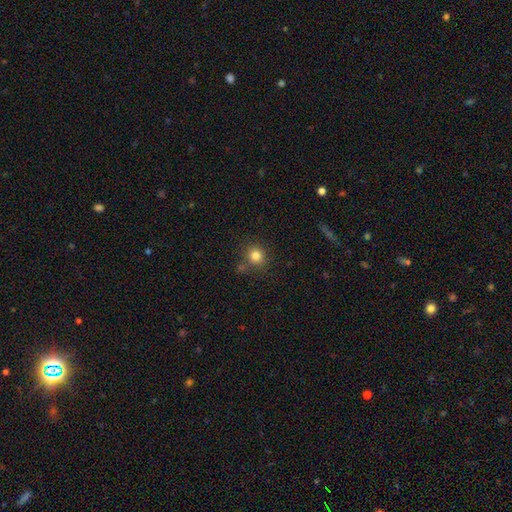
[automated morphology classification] Smooth or featured? Predicted: smooth (p=0.82). How rounded? Predicted: round (p=0.91). Merging? Predicted: none (p=0.78).